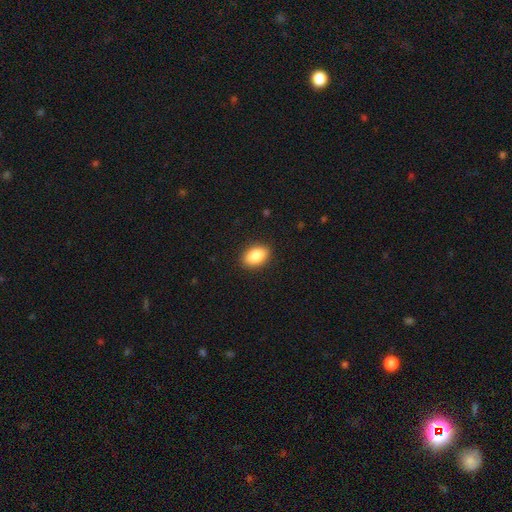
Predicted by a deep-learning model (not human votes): Smooth or featured?
  - smooth: 87% *
  - star or artifact: 7%
  - featured or disk: 6%
How rounded?
  - in between: 88% *
  - round: 10%
  - cigar-shaped: 2%
Merging?
  - none: 90% *
  - minor disturbance: 8%
  - major disturbance: 2%
  - merger: 1%